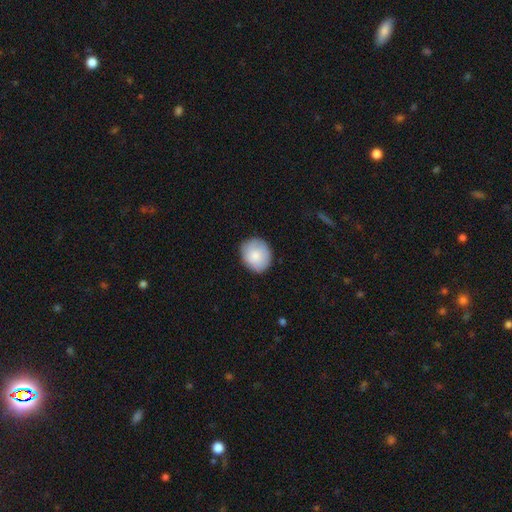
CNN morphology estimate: A smooth galaxy with no disk features (84%) that is round (75%). Merging: none (85%).